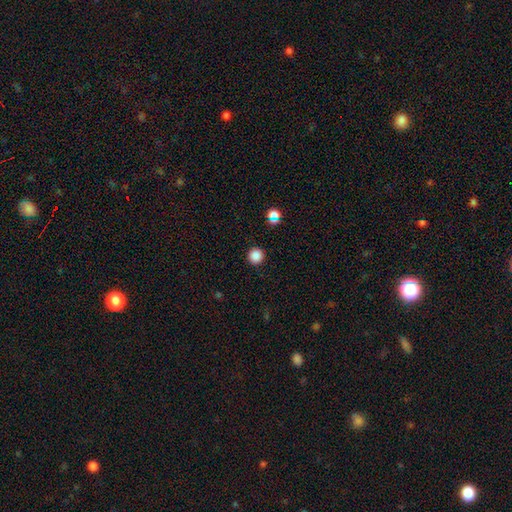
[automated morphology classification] The model was most divided on "smooth or featured": smooth: 85%, star or artifact: 12%, featured or disk: 3%. More confident: how rounded — round (95%); merging — none (92%).